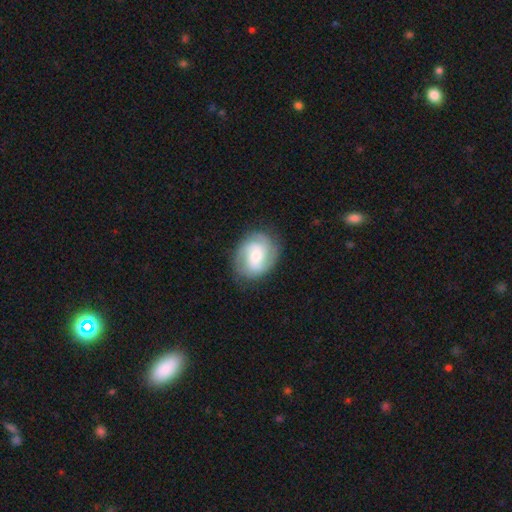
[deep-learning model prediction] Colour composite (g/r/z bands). It shows a featured or disk galaxy (72%) with no bar (54%), 2 (36%) tight (43%) spiral arms (94%) and a moderate central bulge (51%). Merging: none (80%).